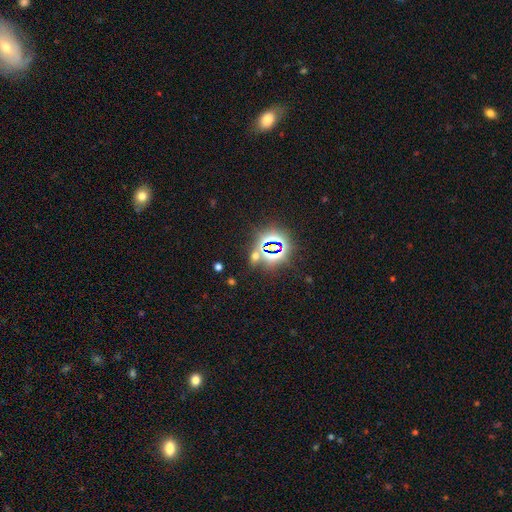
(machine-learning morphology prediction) This appears to be a star or artifact, not a galaxy (65%).